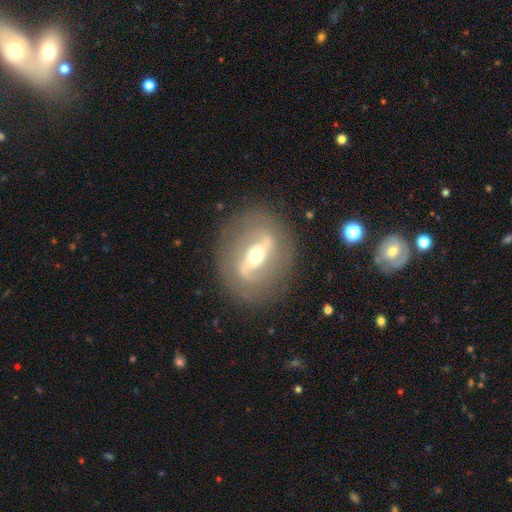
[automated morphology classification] featured or disk 79%, smooth 14%, star or artifact 7%. Down the decision tree: edge-on disk — no (86%); bar — strong (66%); spiral arms — yes (58%); bulge size — moderate (62%); merging — none (83%).